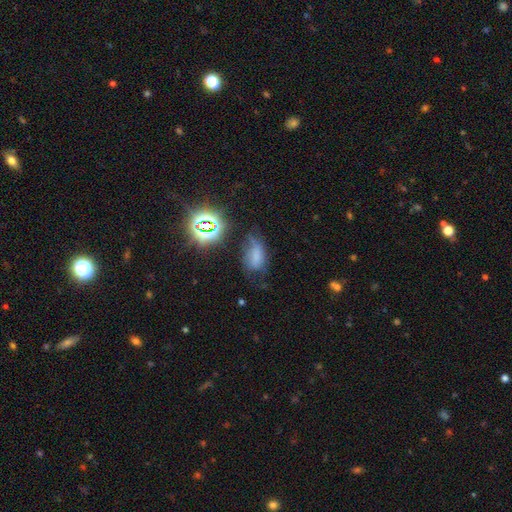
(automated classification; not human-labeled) Smooth or featured?
  - smooth: 53% *
  - star or artifact: 27%
  - featured or disk: 20%
How rounded?
  - in between: 87% *
  - round: 9%
  - cigar-shaped: 4%
Merging?
  - none: 35% *
  - minor disturbance: 32%
  - major disturbance: 28%
  - merger: 5%